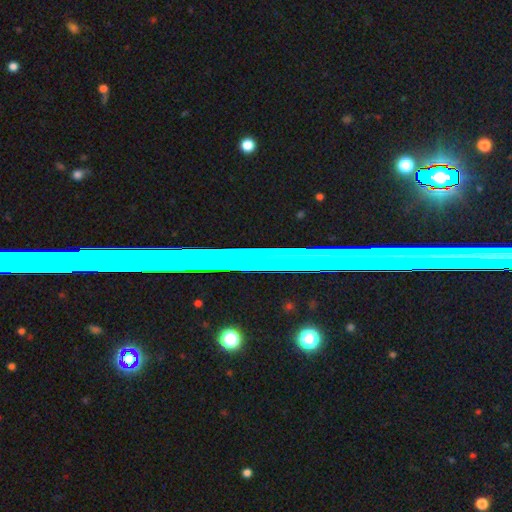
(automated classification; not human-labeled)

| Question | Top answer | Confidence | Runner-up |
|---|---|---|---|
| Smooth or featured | star or artifact | 67% | featured or disk (20%) |